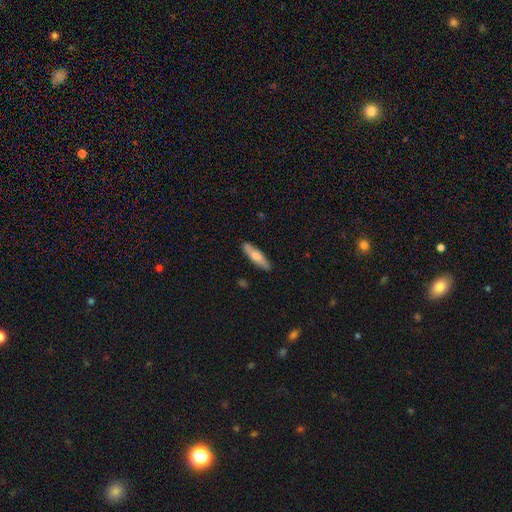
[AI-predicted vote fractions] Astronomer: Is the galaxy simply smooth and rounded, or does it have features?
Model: smooth — 61%.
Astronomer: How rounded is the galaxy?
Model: cigar-shaped — 67%.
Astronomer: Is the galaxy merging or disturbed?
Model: none — 88%.